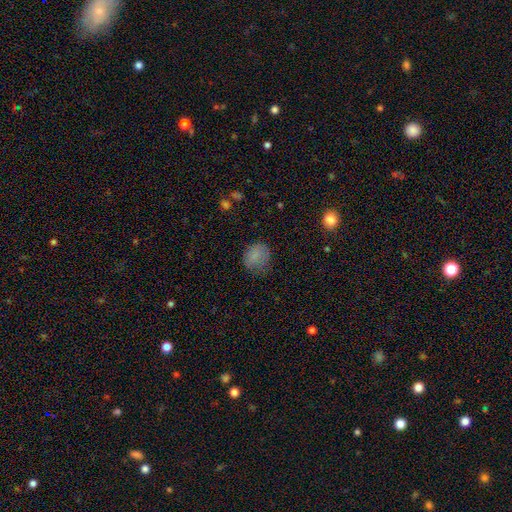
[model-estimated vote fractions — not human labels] Smooth or featured?
  - smooth: 79% *
  - star or artifact: 12%
  - featured or disk: 9%
How rounded?
  - round: 62% *
  - in between: 37%
  - cigar-shaped: 1%
Merging?
  - none: 62% *
  - minor disturbance: 26%
  - major disturbance: 11%
  - merger: 1%